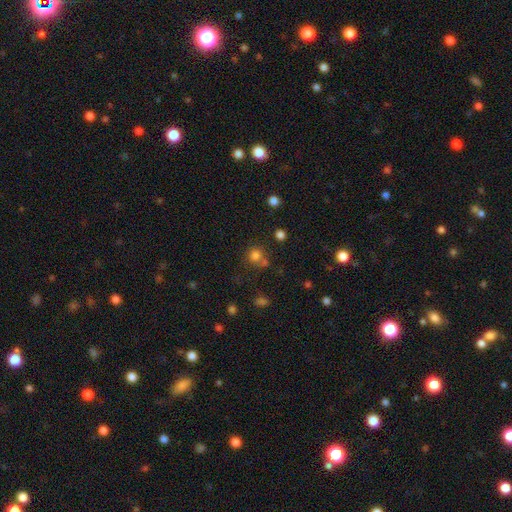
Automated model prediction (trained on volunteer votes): Smooth or featured?
  - smooth: 77% *
  - star or artifact: 16%
  - featured or disk: 7%
How rounded?
  - round: 90% *
  - in between: 10%
  - cigar-shaped: 1%
Merging?
  - none: 63% *
  - merger: 23%
  - minor disturbance: 10%
  - major disturbance: 4%